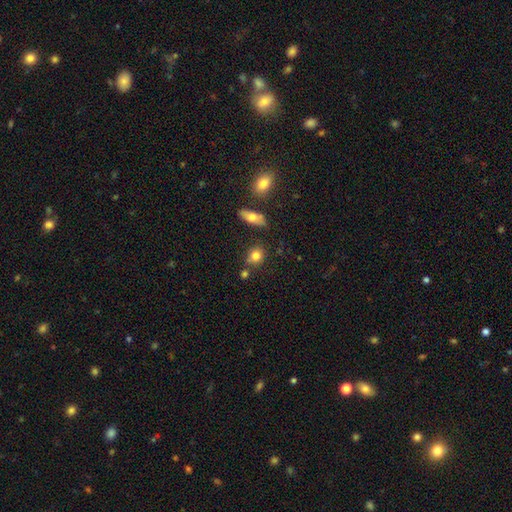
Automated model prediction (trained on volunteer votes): smooth 80%, featured or disk 10%, star or artifact 10%. Down the decision tree: how rounded — round (66%); merging — none (68%).